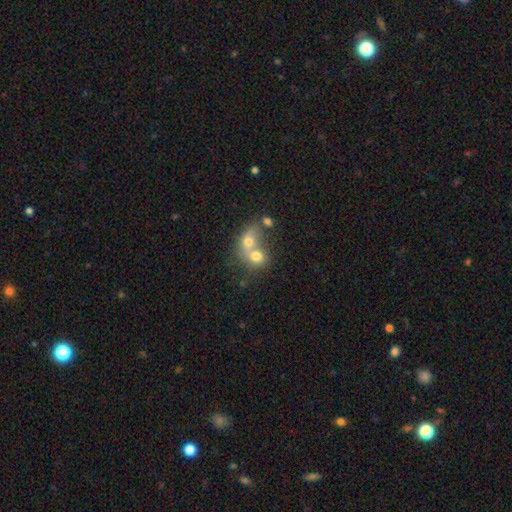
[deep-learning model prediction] Smooth or featured? Predicted: smooth (p=0.68). How rounded? Predicted: round (p=0.57). Merging? Predicted: merger (p=0.75).